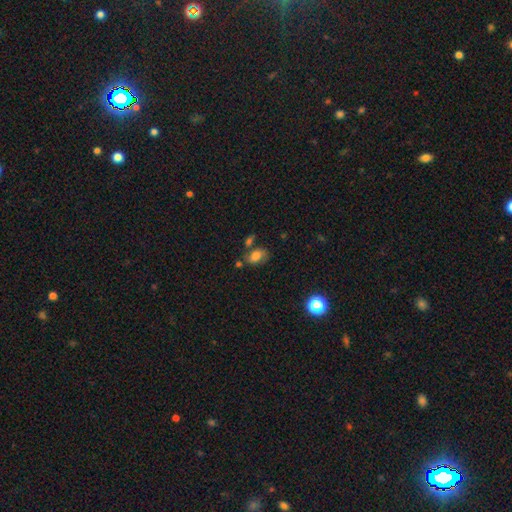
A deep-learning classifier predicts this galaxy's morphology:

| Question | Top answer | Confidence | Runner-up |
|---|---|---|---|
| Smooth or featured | smooth | 69% | featured or disk (18%) |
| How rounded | in between | 84% | round (14%) |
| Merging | none | 49% | minor disturbance (22%) |